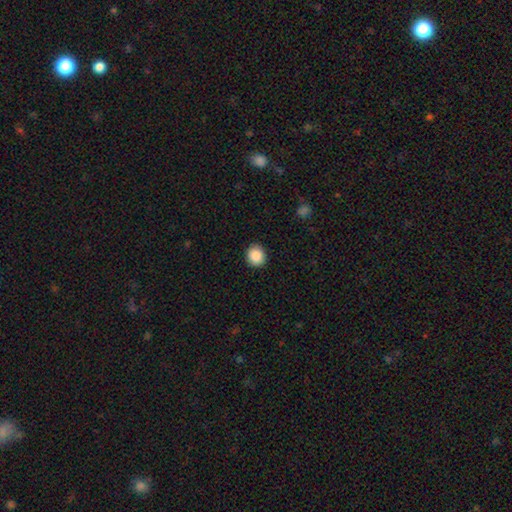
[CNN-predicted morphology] A smooth galaxy with no disk features (89%) that is round (80%). Merging: none (90%).